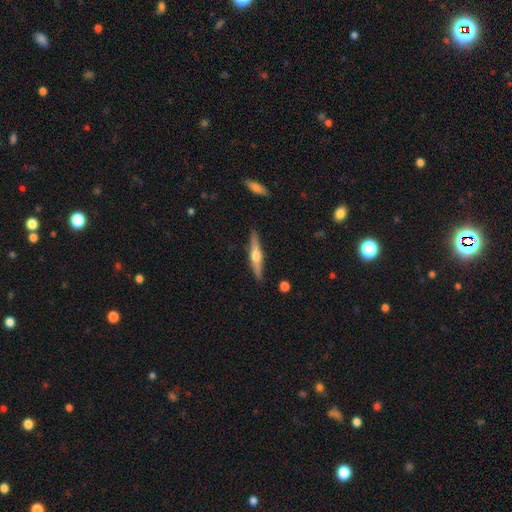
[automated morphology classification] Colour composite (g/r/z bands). It shows a featured or disk galaxy (68%) viewed edge-on (97%) with a rounded central bulge (93%). Merging: none (89%).